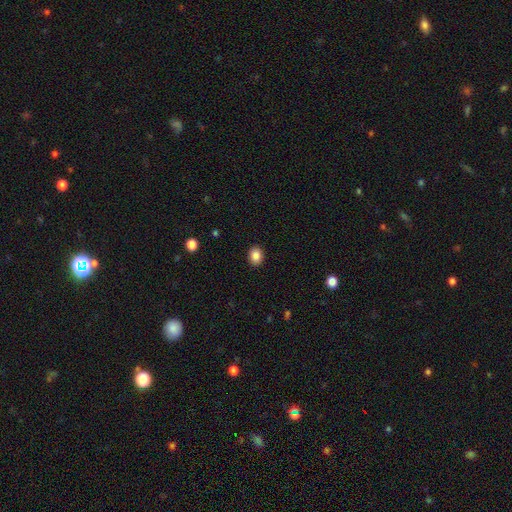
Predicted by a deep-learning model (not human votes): smooth_or_featured: smooth (p=0.86) [alt: star or artifact p=0.09]
how_rounded: in between (p=0.55) [alt: round p=0.44]
merging: none (p=0.91) [alt: minor disturbance p=0.06]